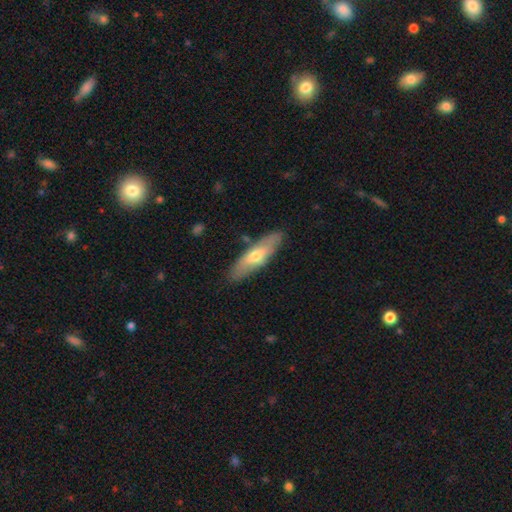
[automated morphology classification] A smooth galaxy with no disk features (51%) that is cigar-shaped (58%).

Vote fractions:
- Smooth or featured? smooth: 51% / featured or disk: 43% / star or artifact: 6%
- How rounded? cigar-shaped: 58% / in between: 40% / round: 2%
- Merging? none: 84% / minor disturbance: 11% / major disturbance: 2% / merger: 2%